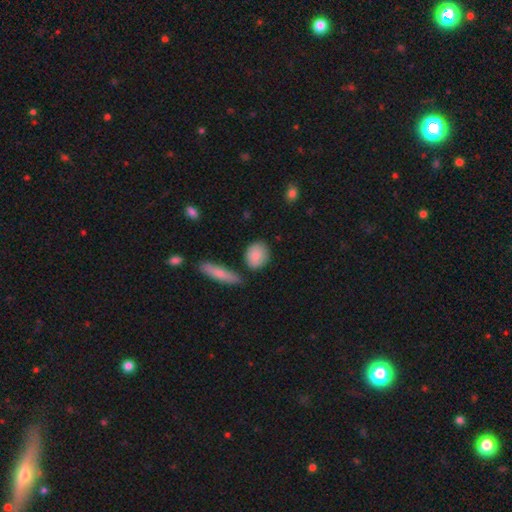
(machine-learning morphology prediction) smooth_or_featured: smooth (p=0.84) [alt: featured or disk p=0.09]
how_rounded: round (p=0.48) [alt: in between p=0.47]
merging: none (p=0.76) [alt: minor disturbance p=0.15]